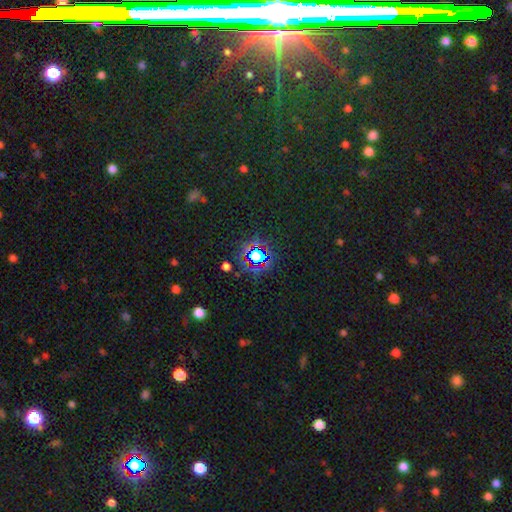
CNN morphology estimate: Q: Smooth or featured?
A: star or artifact (67%); runner-up: smooth (22%)